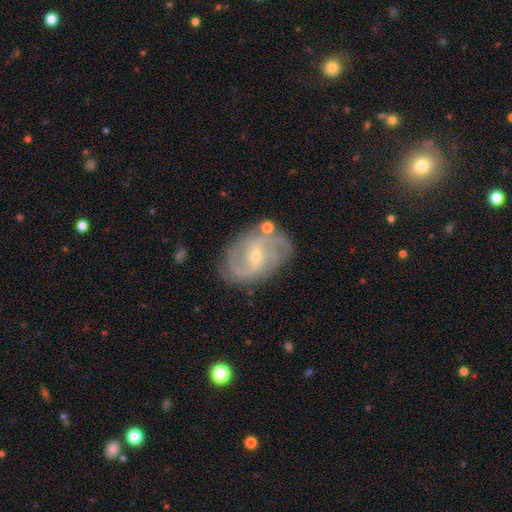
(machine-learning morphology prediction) Smooth or featured? featured or disk (87%)
Edge-on disk? no (97%)
Bar? weak (45%)
Spiral arms? yes (96%)
Spiral winding? medium (49%)
Spiral arm count? 2 (57%)
Bulge size? small (70%)
Merging? none (74%)